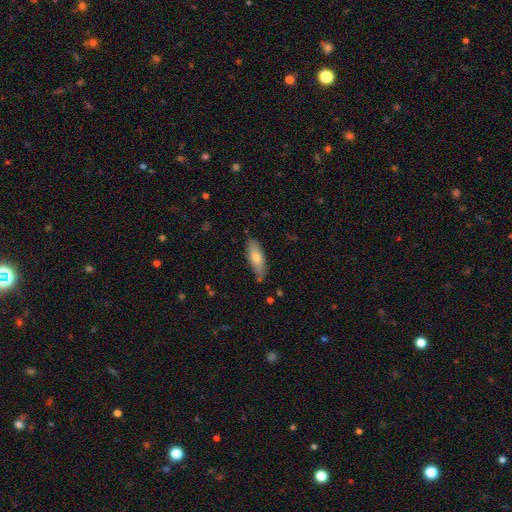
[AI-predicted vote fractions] Smooth or featured?
  - smooth: 73% *
  - featured or disk: 21%
  - star or artifact: 6%
How rounded?
  - in between: 65% *
  - cigar-shaped: 33%
  - round: 2%
Merging?
  - none: 72% *
  - minor disturbance: 22%
  - major disturbance: 3%
  - merger: 3%